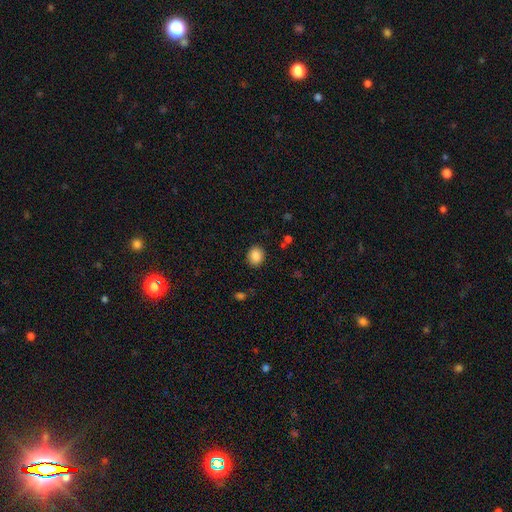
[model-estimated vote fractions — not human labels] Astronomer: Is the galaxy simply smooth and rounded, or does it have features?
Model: smooth — 87%.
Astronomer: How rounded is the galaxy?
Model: round — 68%.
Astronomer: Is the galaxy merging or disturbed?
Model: none — 89%.